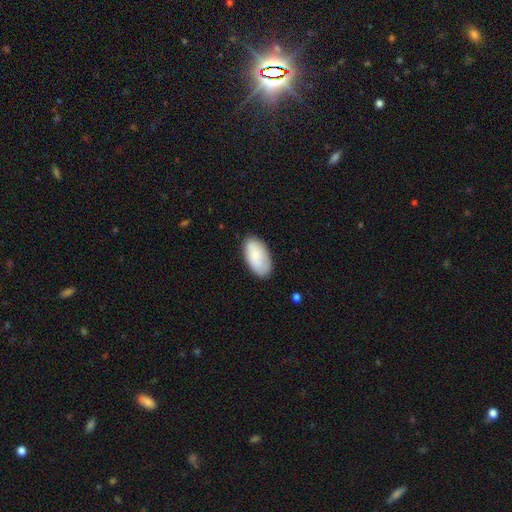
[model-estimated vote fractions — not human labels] smooth_or_featured: smooth (p=0.82) [alt: featured or disk p=0.12]
how_rounded: in between (p=0.95) [alt: round p=0.02]
merging: none (p=0.80) [alt: minor disturbance p=0.16]